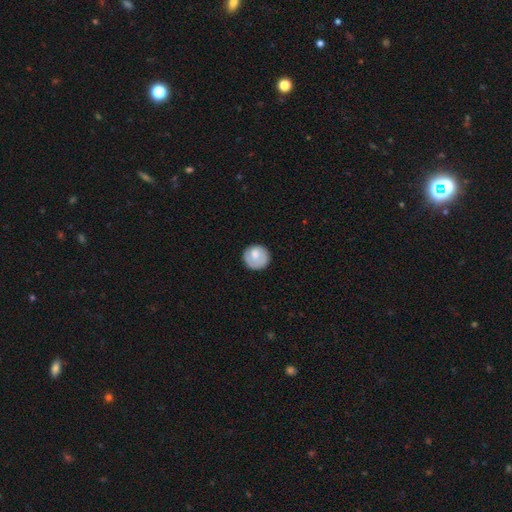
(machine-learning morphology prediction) Smooth or featured? smooth (69%)
How rounded? round (89%)
Merging? none (77%)